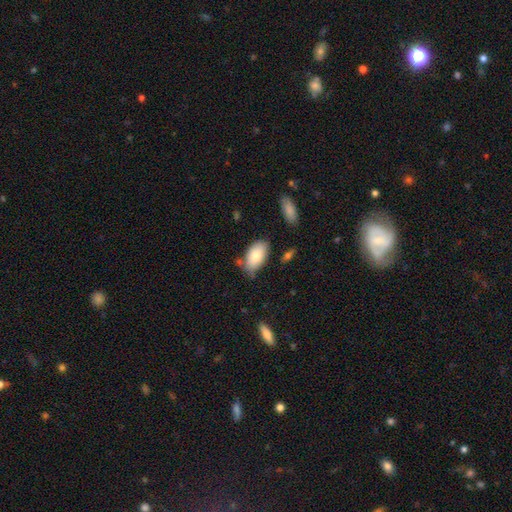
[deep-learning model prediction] A smooth galaxy with no disk features (82%) that is in between round and cigar-shaped (95%).

Vote fractions:
- Smooth or featured? smooth: 82% / featured or disk: 12% / star or artifact: 6%
- How rounded? in between: 95% / round: 3% / cigar-shaped: 2%
- Merging? none: 69% / minor disturbance: 21% / merger: 6% / major disturbance: 4%